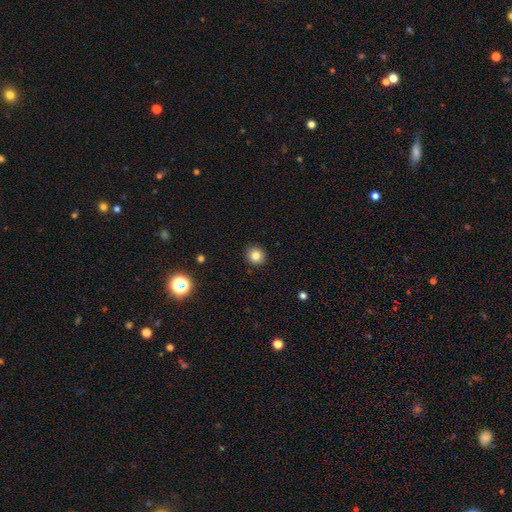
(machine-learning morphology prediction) This is clearly a smooth galaxy (82%). How rounded: clearly round (89%). Merging: clearly none (92%).